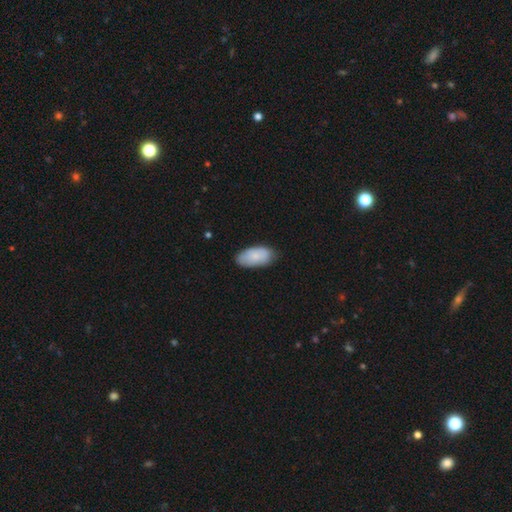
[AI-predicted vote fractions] A smooth galaxy with no disk features (82%) that is in between round and cigar-shaped (94%). Merging: none (77%).